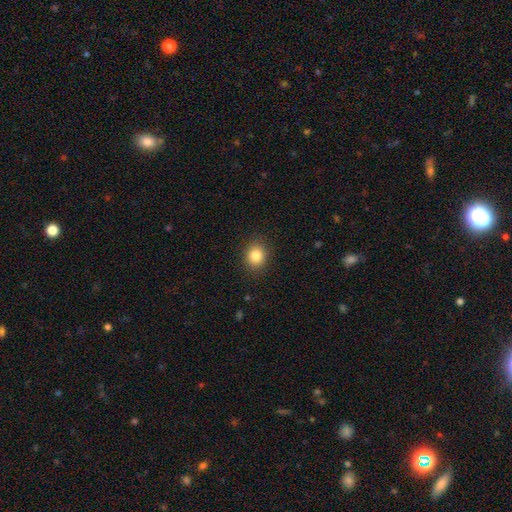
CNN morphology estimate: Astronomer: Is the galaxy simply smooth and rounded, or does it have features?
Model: smooth — 84%.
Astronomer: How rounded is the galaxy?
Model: round — 65%.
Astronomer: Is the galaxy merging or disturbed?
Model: none — 89%.